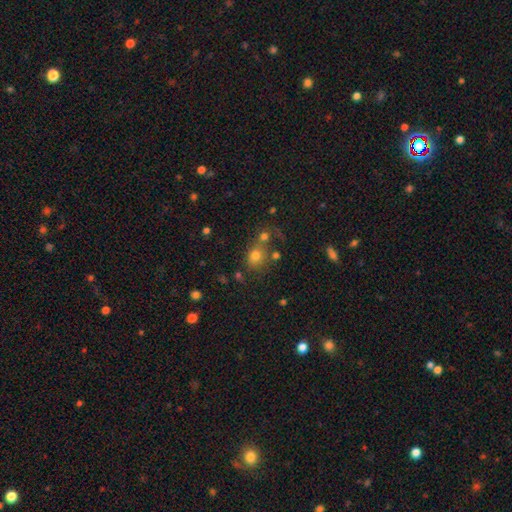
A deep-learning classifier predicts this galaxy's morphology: smooth 72%, star or artifact 17%, featured or disk 11%. Down the decision tree: how rounded — round (71%); merging — none (56%).